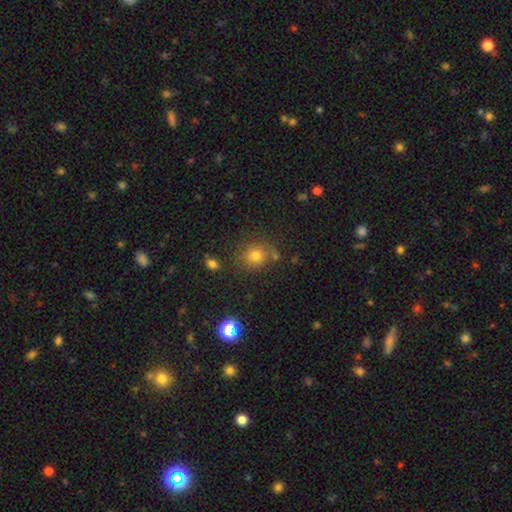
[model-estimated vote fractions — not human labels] Q: Smooth or featured?
A: smooth (75%); runner-up: star or artifact (16%)
Q: How rounded?
A: round (82%); runner-up: in between (17%)
Q: Merging?
A: none (73%); runner-up: minor disturbance (14%)